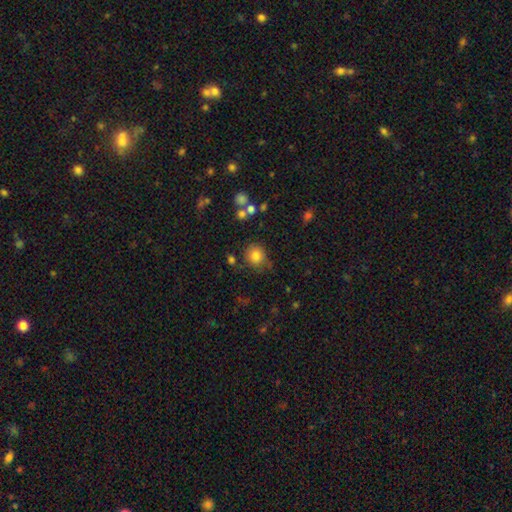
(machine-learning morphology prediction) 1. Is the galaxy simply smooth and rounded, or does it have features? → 81% smooth, 12% star or artifact, 8% featured or disk.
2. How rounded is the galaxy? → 86% round, 14% in between, 1% cigar-shaped.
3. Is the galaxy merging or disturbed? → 74% none, 17% minor disturbance, 5% major disturbance, 5% merger.